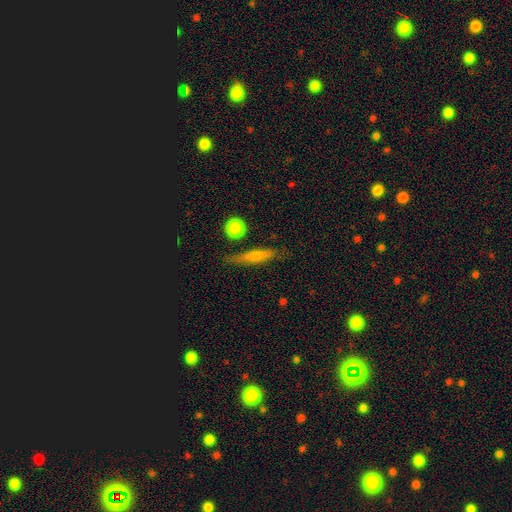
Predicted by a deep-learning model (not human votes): smooth 47%, featured or disk 43%, star or artifact 10%. Down the decision tree: merging — none (82%).